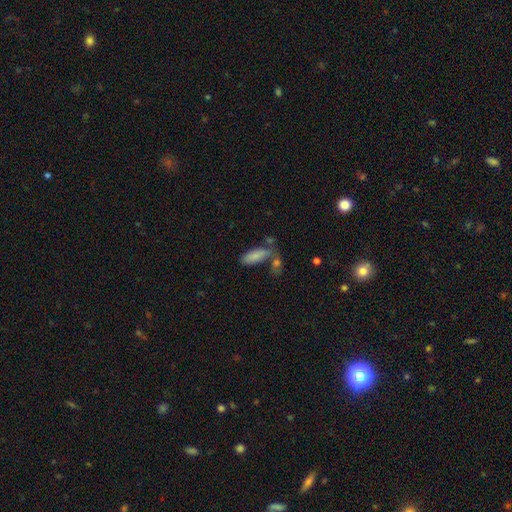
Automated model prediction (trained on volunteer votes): The model was most divided on "merging": none: 51%, merger: 26%, minor disturbance: 16%, major disturbance: 7%. More confident: smooth or featured — smooth (83%); how rounded — in between (70%).